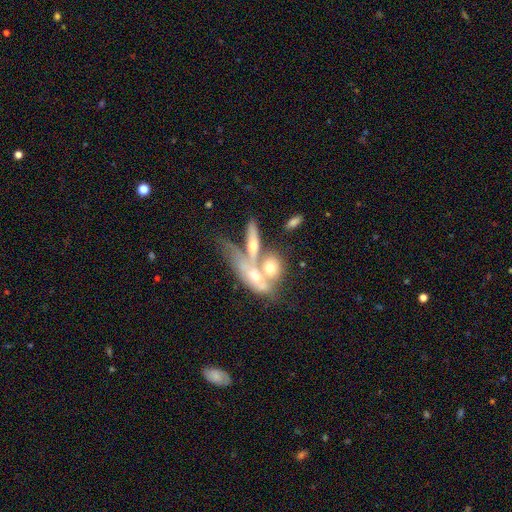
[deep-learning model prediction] This is possibly a featured or disk galaxy (55%). It is likely not viewed edge-on (61%). Merging: possibly merger (54%).